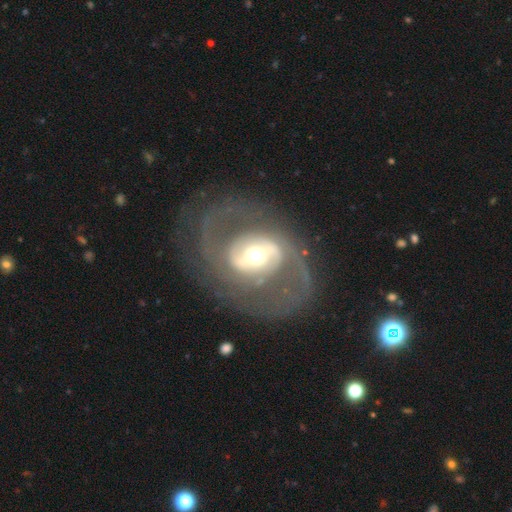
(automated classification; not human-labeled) A featured or disk galaxy (84%) with a strong bar (37%), 2 (82%) medium (47%) spiral arms (82%) and a moderate central bulge (60%).

Vote fractions:
- Smooth or featured? featured or disk: 84% / smooth: 11% / star or artifact: 6%
- Edge-on disk? no: 96% / yes: 4%
- Bar? strong: 37% / weak: 36% / no: 28%
- Spiral arms? yes: 82% / no: 18%
- Spiral winding? medium: 47% / tight: 28% / loose: 24%
- Spiral arm count? 2: 82% / can't tell: 9% / 1: 3% / 3: 3% / 4: 1% / more than 4: 1%
- Bulge size? moderate: 60% / small: 21% / large: 16% / dominant: 2% / none: 1%
- Merging? none: 74% / major disturbance: 13% / minor disturbance: 12% / merger: 2%